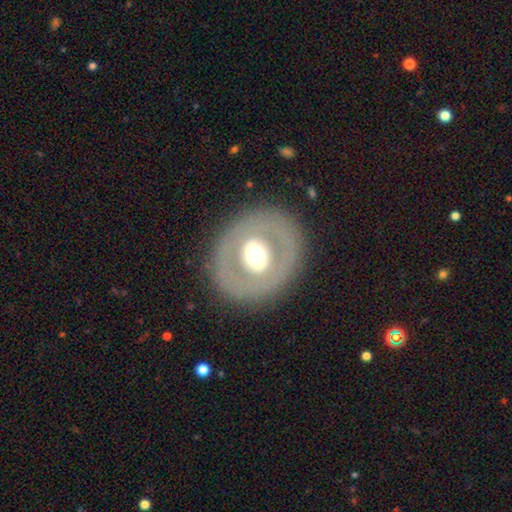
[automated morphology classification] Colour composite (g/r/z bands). It shows a featured or disk galaxy (53%). Merging: none (84%).